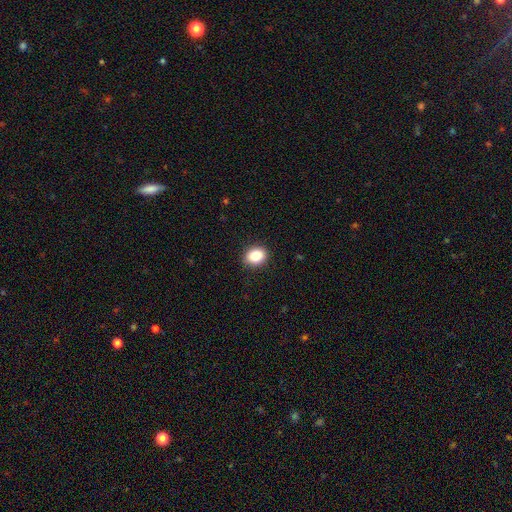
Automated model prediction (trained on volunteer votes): Smooth or featured?
  - smooth: 85% *
  - star or artifact: 9%
  - featured or disk: 6%
How rounded?
  - in between: 53% *
  - round: 46%
  - cigar-shaped: 1%
Merging?
  - none: 89% *
  - minor disturbance: 8%
  - major disturbance: 2%
  - merger: 1%